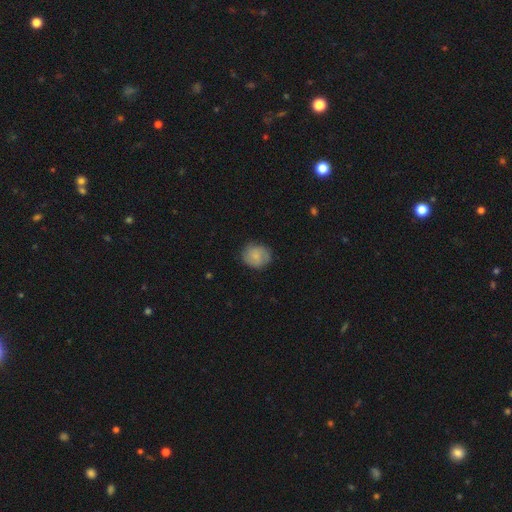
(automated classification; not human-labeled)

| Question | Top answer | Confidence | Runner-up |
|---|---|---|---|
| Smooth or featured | smooth | 77% | featured or disk (15%) |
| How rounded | round | 78% | in between (21%) |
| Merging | none | 80% | minor disturbance (15%) |